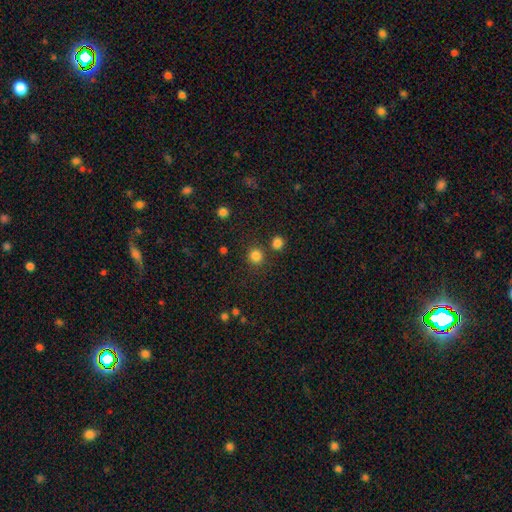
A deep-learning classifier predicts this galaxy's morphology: Smooth or featured?
  - smooth: 83% *
  - star or artifact: 13%
  - featured or disk: 4%
How rounded?
  - round: 90% *
  - in between: 9%
  - cigar-shaped: 1%
Merging?
  - none: 83% *
  - merger: 8%
  - minor disturbance: 7%
  - major disturbance: 3%